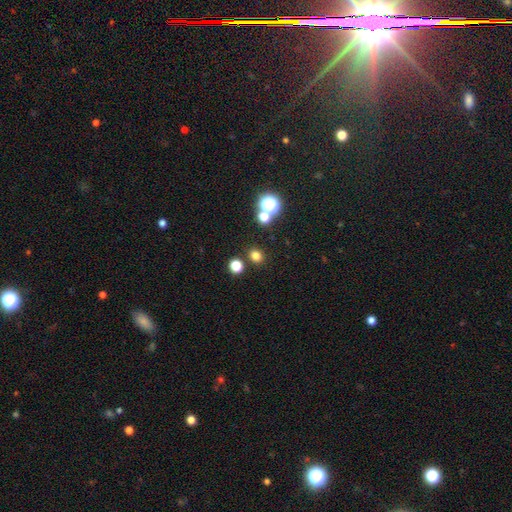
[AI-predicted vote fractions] A smooth galaxy with no disk features (76%) that is round (76%). Merging: none (83%).